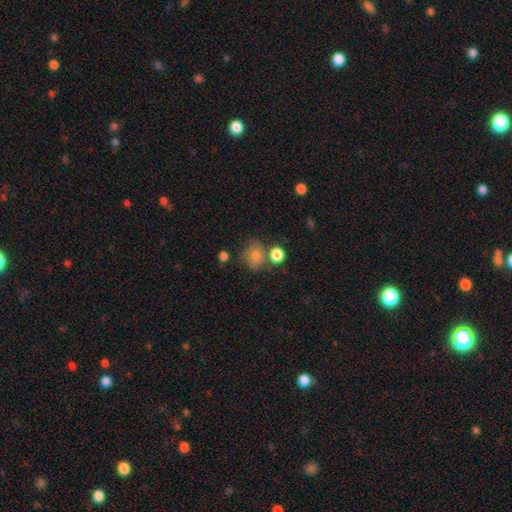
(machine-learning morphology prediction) A smooth galaxy with no disk features (75%) that is round (72%). Merging: none (54%).